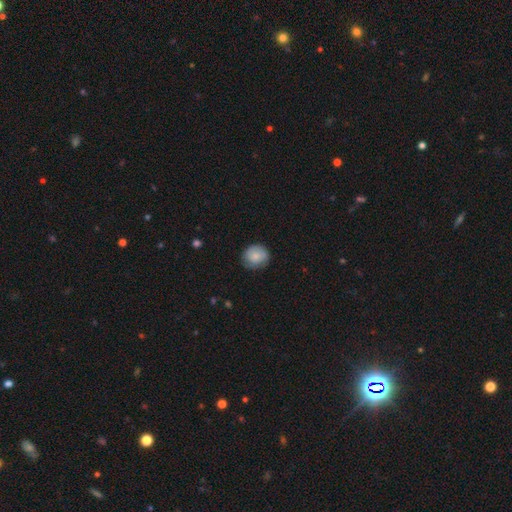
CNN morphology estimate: Smooth or featured? Predicted: smooth (p=0.80). How rounded? Predicted: round (p=0.78). Merging? Predicted: none (p=0.76).